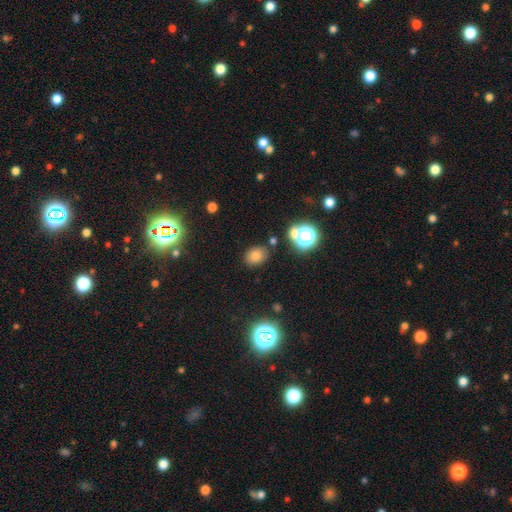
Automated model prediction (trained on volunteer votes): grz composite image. It shows a smooth galaxy with no disk features (75%) that is in between round and cigar-shaped (60%). Merging: none (82%).